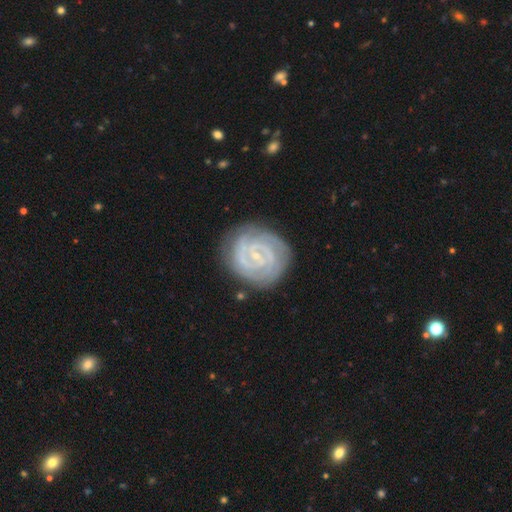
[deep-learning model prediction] This is clearly a featured or disk galaxy (88%). It is clearly not viewed edge-on (98%). Bar: marginally weak (42%). Spiral arm pattern: clearly yes (98%). Spiral arm count: possibly 2 (52%). Spiral winding: likely tight (79%). Central bulge: clearly small (82%). Merging: clearly none (81%).